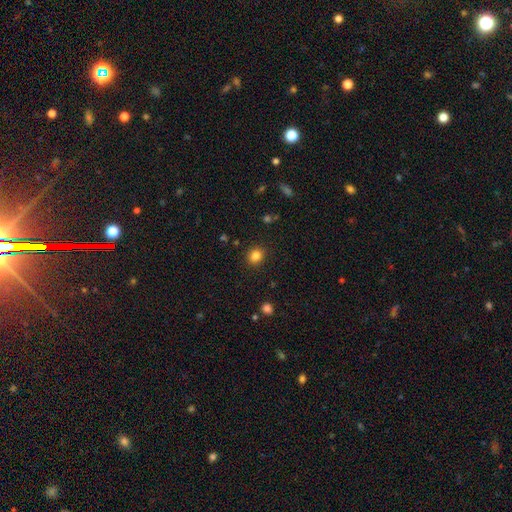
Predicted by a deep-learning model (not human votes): This appears to be a smooth galaxy with no disk features (84%) that is round (74%). Merging: none (89%).